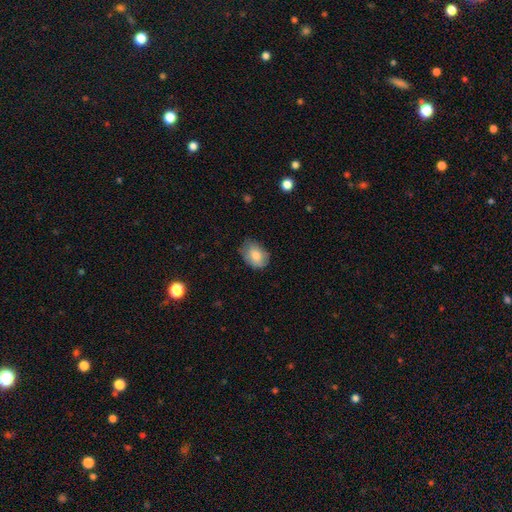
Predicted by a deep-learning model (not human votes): This appears to be a smooth galaxy with no disk features (80%) that is in between round and cigar-shaped (74%). Merging: none (65%).